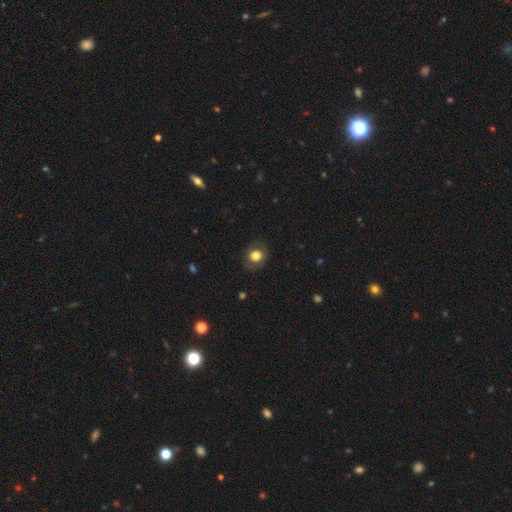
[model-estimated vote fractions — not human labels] A smooth galaxy with no disk features (72%) that is round (65%). Merging: none (80%).